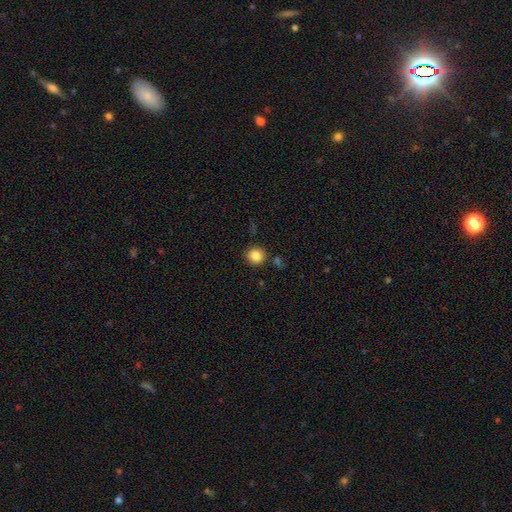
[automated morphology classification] Smooth or featured: smooth — 86% (star or artifact — 10%)
How rounded: round — 91% (in between — 8%)
Merging: none — 86% (minor disturbance — 7%)